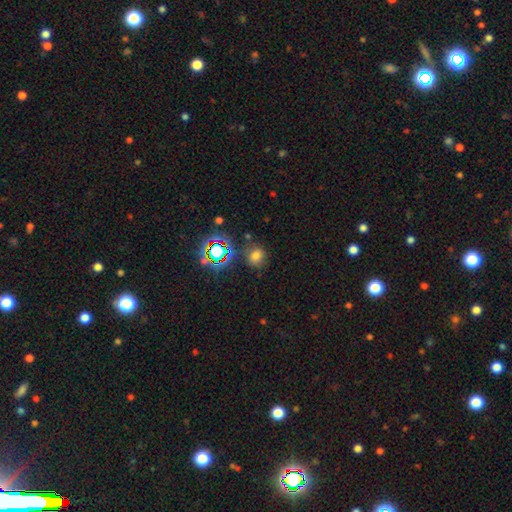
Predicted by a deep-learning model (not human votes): Smooth or featured?
  - smooth: 67% *
  - star or artifact: 25%
  - featured or disk: 8%
How rounded?
  - round: 72% *
  - in between: 26%
  - cigar-shaped: 1%
Merging?
  - none: 76% *
  - minor disturbance: 14%
  - major disturbance: 5%
  - merger: 5%